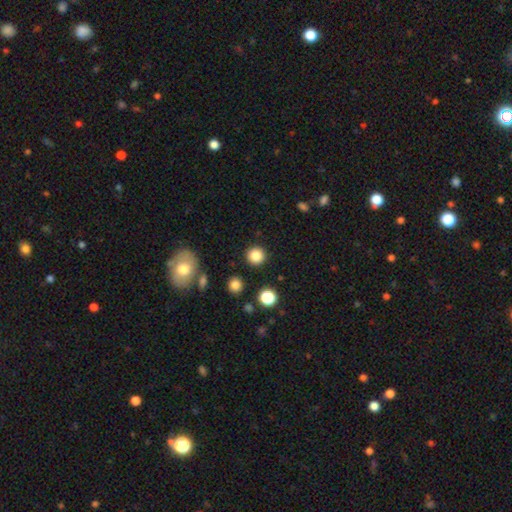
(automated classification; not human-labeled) A smooth galaxy with no disk features (84%) that is round (93%). Merging: none (90%).